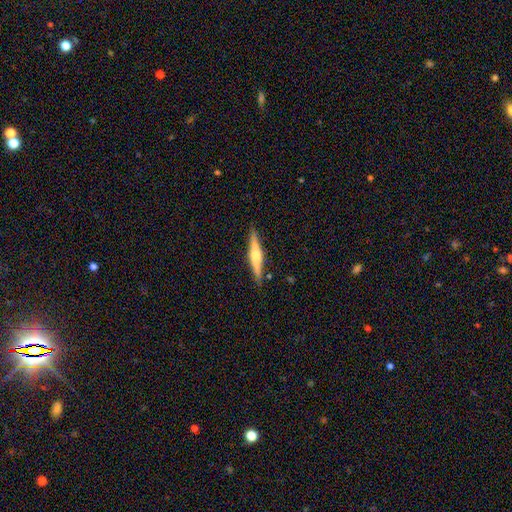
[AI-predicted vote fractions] The model was most divided on "smooth or featured": featured or disk: 62%, smooth: 33%, star or artifact: 6%. More confident: edge-on disk — yes (97%); merging — none (89%); edge-on bulge — rounded (85%).